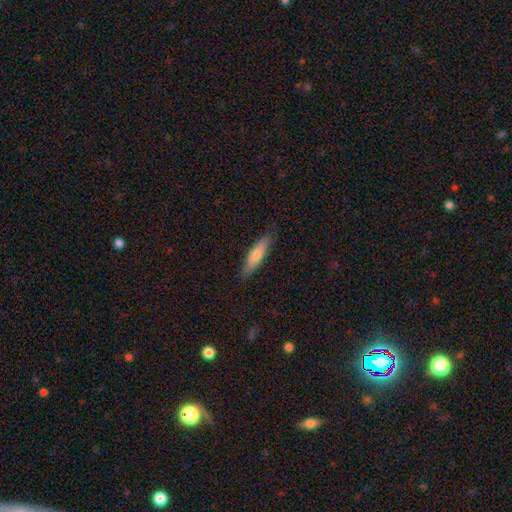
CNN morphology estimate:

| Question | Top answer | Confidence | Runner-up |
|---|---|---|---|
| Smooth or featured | smooth | 70% | featured or disk (24%) |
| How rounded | cigar-shaped | 74% | in between (24%) |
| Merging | none | 84% | minor disturbance (12%) |